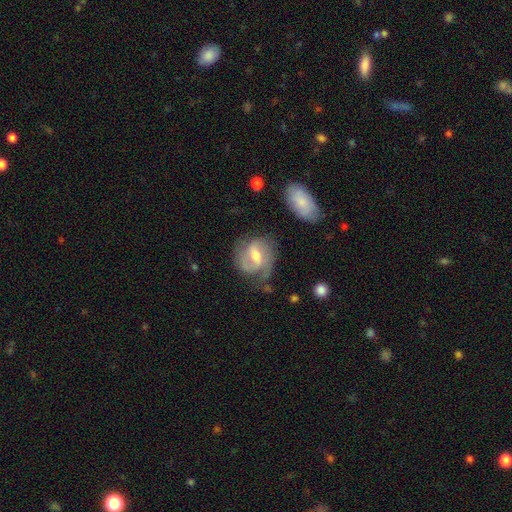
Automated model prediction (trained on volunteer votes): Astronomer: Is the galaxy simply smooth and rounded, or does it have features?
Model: featured or disk — 76%.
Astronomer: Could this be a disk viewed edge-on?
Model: no — 97%.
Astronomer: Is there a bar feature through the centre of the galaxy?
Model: weak — 53% (runner-up: strong, 31%).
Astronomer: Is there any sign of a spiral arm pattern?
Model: yes — 91%.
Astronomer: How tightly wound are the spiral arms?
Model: medium — 49% (runner-up: tight, 27%).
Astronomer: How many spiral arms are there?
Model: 2 — 75%.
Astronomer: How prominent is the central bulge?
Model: moderate — 63%.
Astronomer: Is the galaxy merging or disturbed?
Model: none — 60%.